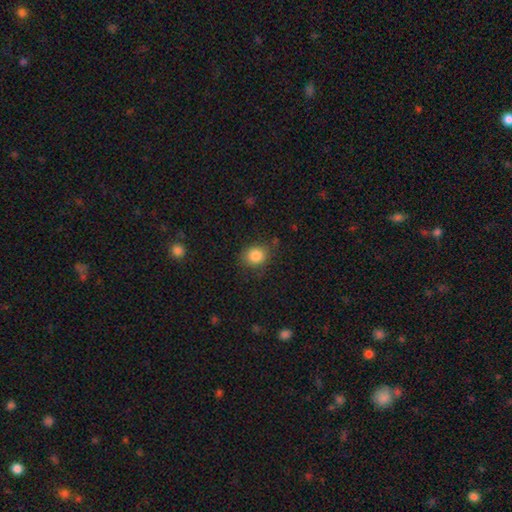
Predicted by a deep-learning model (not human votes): smooth-or-featured: smooth: 85% | star or artifact: 10% | featured or disk: 5%
  how-rounded: round: 69% | in between: 30% | cigar-shaped: 1%
  merging: none: 79% | minor disturbance: 15% | major disturbance: 4% | merger: 2%